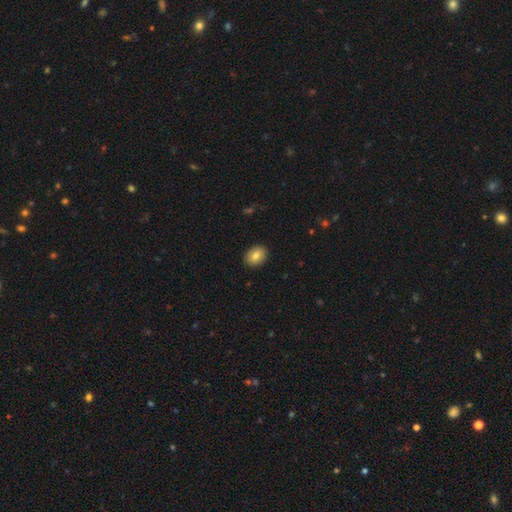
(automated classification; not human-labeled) A smooth galaxy with no disk features (82%) that is in between round and cigar-shaped (70%).

Vote fractions:
- Smooth or featured? smooth: 82% / featured or disk: 10% / star or artifact: 8%
- How rounded? in between: 70% / round: 29% / cigar-shaped: 1%
- Merging? none: 90% / minor disturbance: 7% / major disturbance: 2% / merger: 1%